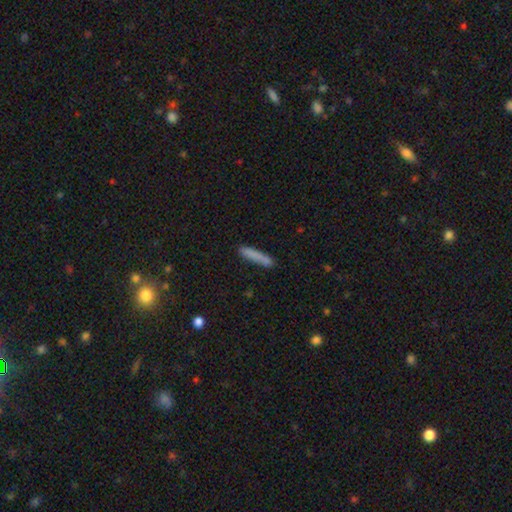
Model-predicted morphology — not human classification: Smooth or featured? Predicted: smooth (p=0.82). How rounded? Predicted: cigar-shaped (p=0.93). Merging? Predicted: none (p=0.82).